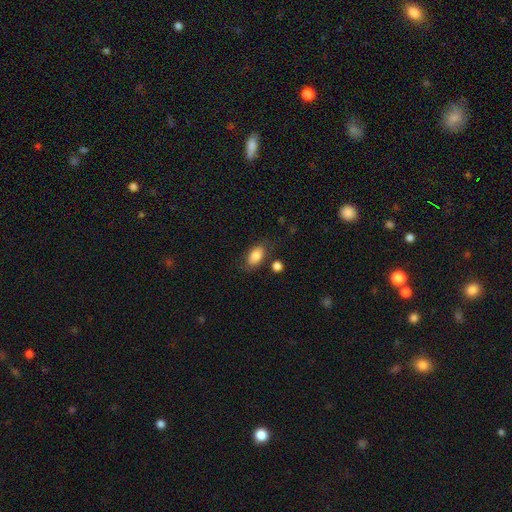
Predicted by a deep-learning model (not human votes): A smooth galaxy with no disk features (83%) that is in between round and cigar-shaped (90%).

Vote fractions:
- Smooth or featured? smooth: 83% / featured or disk: 9% / star or artifact: 7%
- How rounded? in between: 90% / round: 6% / cigar-shaped: 3%
- Merging? none: 74% / minor disturbance: 16% / merger: 5% / major disturbance: 5%